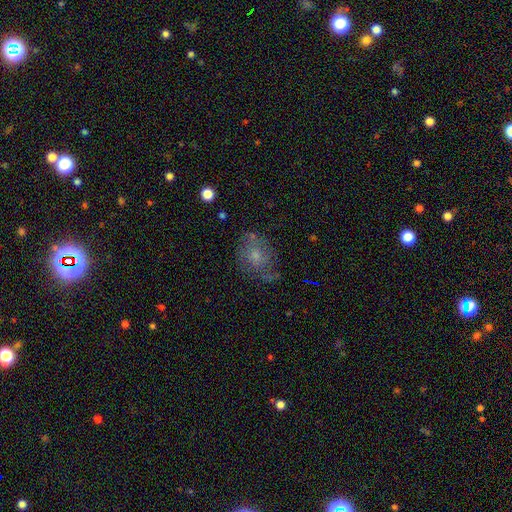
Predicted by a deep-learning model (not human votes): Smooth or featured? smooth (56%)
How rounded? in between (49%, tied with round)
Merging? none (54%)